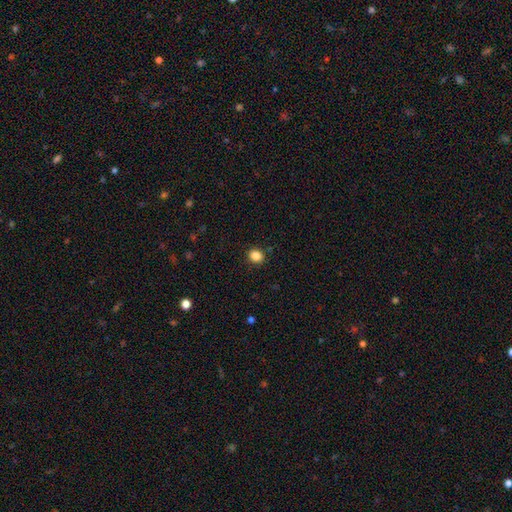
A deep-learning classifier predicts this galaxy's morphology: Overall: smooth (86%). How rounded: round (74%). Merging: none (89%).